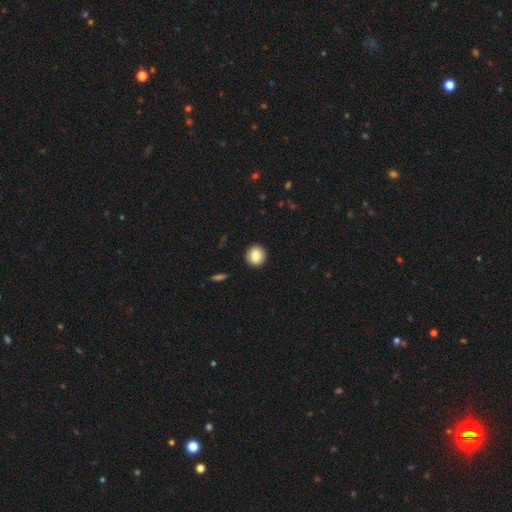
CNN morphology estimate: smooth 84%, featured or disk 8%, star or artifact 8%. Down the decision tree: how rounded — round (91%); merging — none (93%).